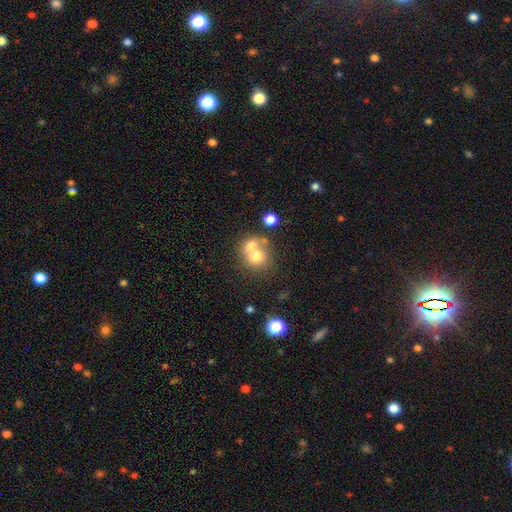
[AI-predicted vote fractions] Smooth or featured: smooth — 69% (featured or disk — 19%)
How rounded: round — 76% (in between — 23%)
Merging: merger — 56% (none — 32%)